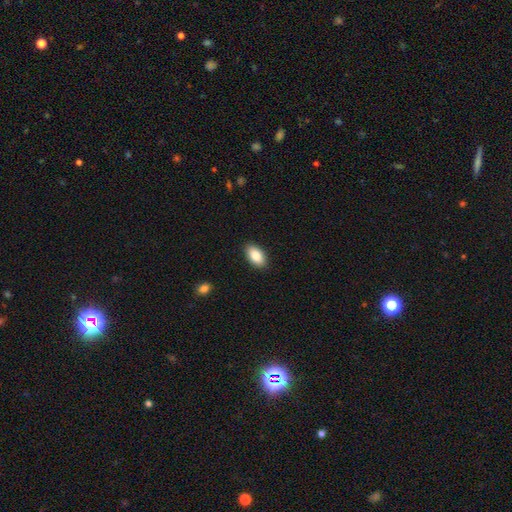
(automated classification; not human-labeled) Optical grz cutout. It shows a smooth galaxy with no disk features (85%) that is in between round and cigar-shaped (93%). Merging: none (89%).